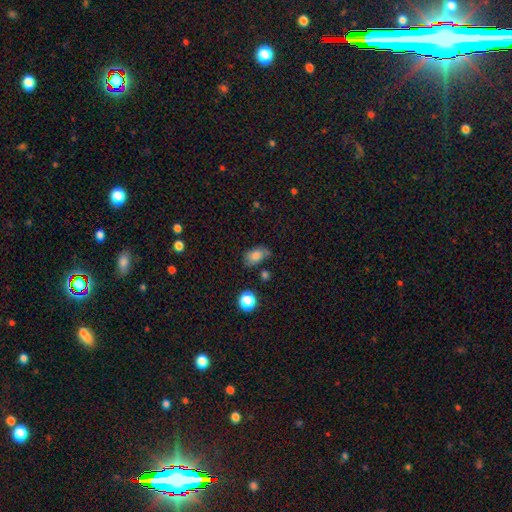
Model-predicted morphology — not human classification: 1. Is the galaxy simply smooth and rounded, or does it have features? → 76% smooth, 12% featured or disk, 11% star or artifact.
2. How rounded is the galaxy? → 84% in between, 14% round, 2% cigar-shaped.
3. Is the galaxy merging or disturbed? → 56% none, 30% minor disturbance, 9% major disturbance, 5% merger.